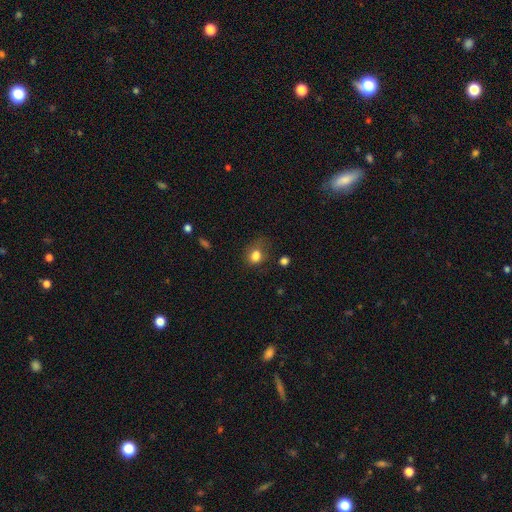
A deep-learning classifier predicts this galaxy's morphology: This appears to be a smooth galaxy with no disk features (80%) that is in between round and cigar-shaped (54%). Merging: none (46%).